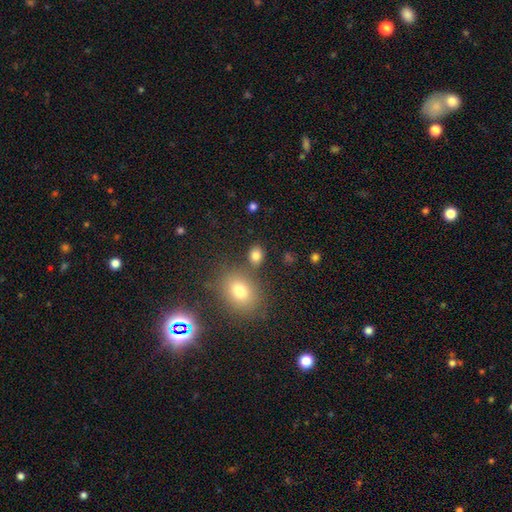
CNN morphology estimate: smooth_or_featured: smooth (p=0.81) [alt: star or artifact p=0.12]
how_rounded: in between (p=0.61) [alt: round p=0.38]
merging: none (p=0.74) [alt: merger p=0.12]